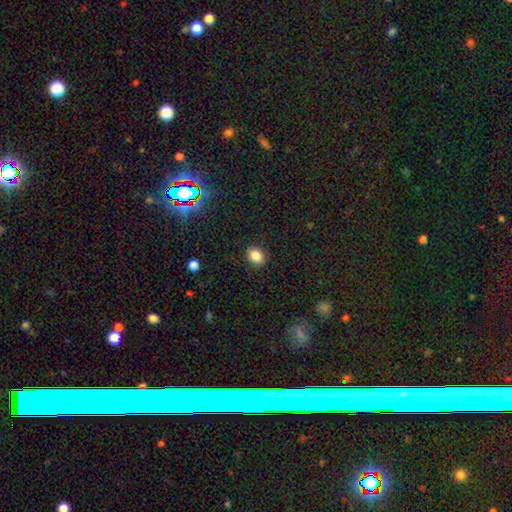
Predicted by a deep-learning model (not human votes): Morphology: type=smooth (85%); roundness=in between (61%); merging=none (88%).